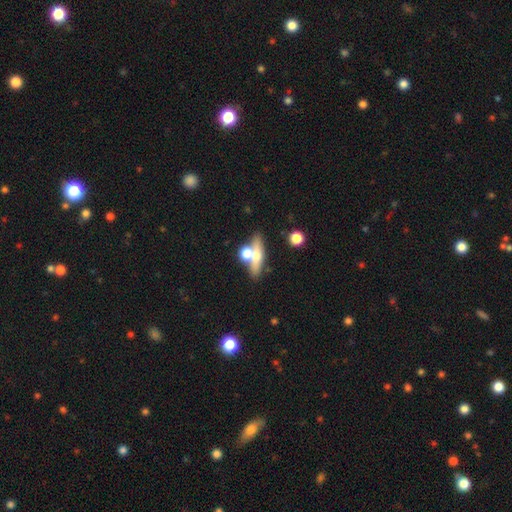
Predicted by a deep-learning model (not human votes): Smooth or featured: smooth — 48% (featured or disk — 42%)
Merging: none — 53% (merger — 32%)